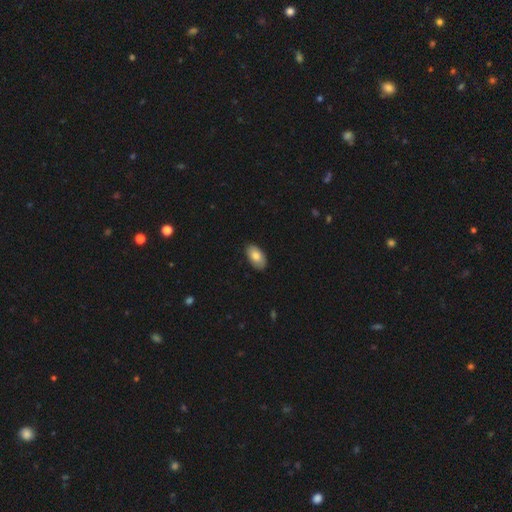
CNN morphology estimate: The model was most divided on "smooth or featured": smooth: 81%, featured or disk: 12%, star or artifact: 6%. More confident: how rounded — in between (95%); merging — none (87%).